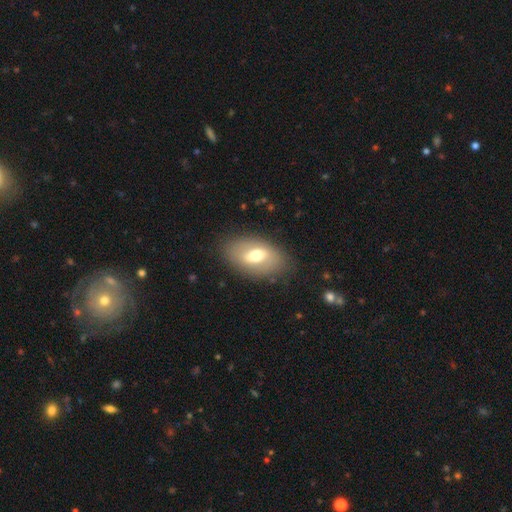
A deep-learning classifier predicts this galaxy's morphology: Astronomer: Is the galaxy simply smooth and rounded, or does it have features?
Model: smooth — 54% (runner-up: featured or disk, 38%).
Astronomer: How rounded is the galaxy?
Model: in between — 89%.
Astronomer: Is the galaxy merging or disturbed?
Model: none — 81%.